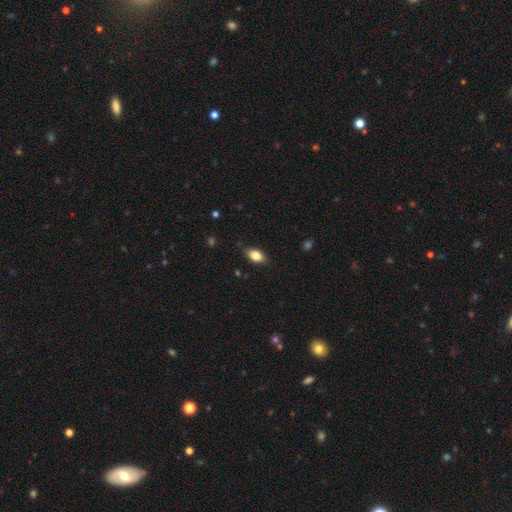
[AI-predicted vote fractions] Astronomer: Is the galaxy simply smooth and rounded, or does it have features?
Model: smooth — 82%.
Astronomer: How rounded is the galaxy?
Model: in between — 88%.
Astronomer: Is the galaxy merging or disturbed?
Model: none — 83%.